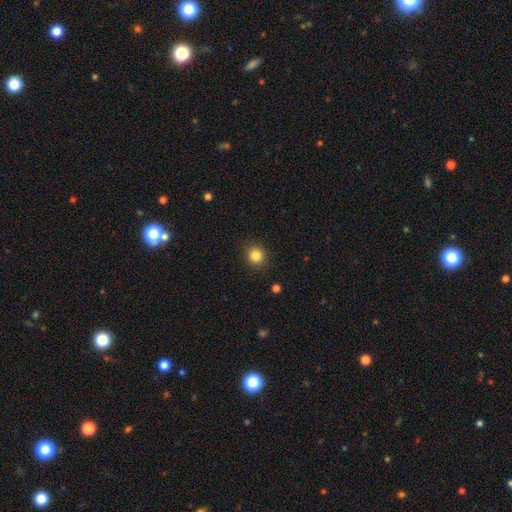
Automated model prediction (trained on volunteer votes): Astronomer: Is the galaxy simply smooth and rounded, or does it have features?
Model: smooth — 84%.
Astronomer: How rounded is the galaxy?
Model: round — 91%.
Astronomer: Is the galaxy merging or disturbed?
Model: none — 89%.